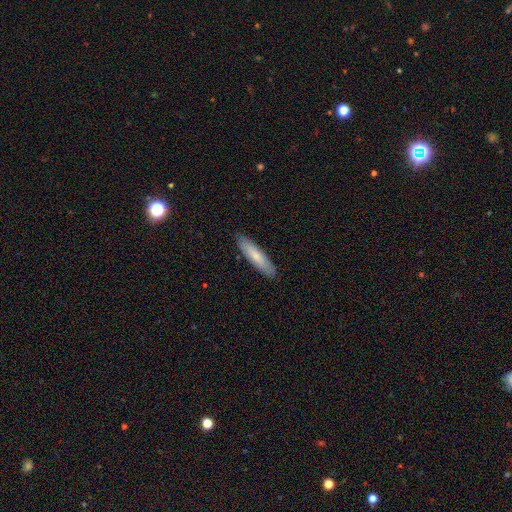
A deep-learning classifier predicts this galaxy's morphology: smooth-or-featured: smooth: 74% | featured or disk: 21% | star or artifact: 5%
  how-rounded: cigar-shaped: 77% | in between: 22% | round: 1%
  merging: none: 89% | minor disturbance: 9% | major disturbance: 2% | merger: 1%